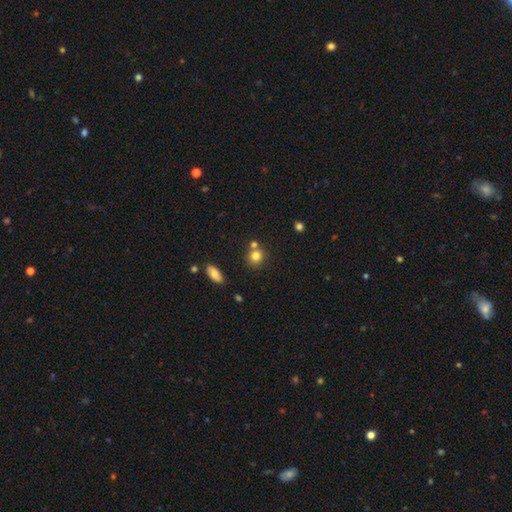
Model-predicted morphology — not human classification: Smooth or featured?
  - smooth: 79% *
  - star or artifact: 12%
  - featured or disk: 10%
How rounded?
  - round: 84% *
  - in between: 14%
  - cigar-shaped: 1%
Merging?
  - none: 63% *
  - merger: 25%
  - minor disturbance: 9%
  - major disturbance: 3%